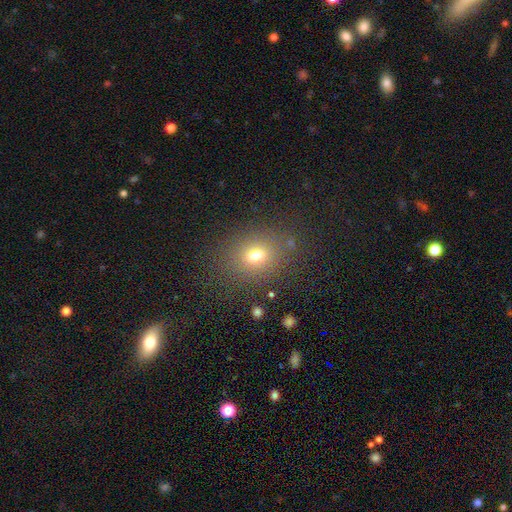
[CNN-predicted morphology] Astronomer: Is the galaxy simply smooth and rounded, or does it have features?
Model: smooth — 72%.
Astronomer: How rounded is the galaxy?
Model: round — 51% (runner-up: in between, 48%).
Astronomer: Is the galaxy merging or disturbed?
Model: none — 82%.